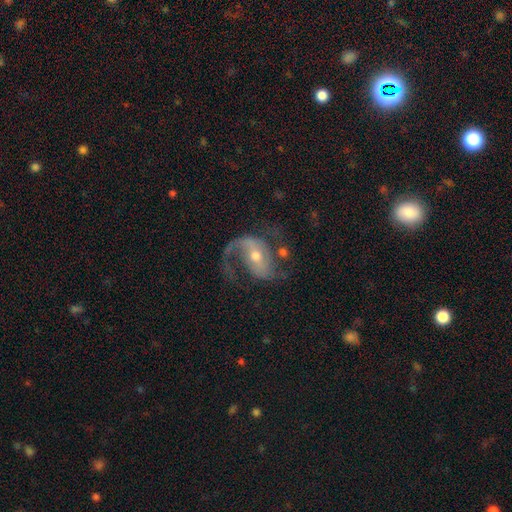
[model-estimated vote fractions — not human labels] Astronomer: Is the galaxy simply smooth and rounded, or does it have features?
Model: featured or disk — 86%.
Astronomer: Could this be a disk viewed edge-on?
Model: no — 97%.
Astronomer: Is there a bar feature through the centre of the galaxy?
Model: weak — 40% (runner-up: no, 34%).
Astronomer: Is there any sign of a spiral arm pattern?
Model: yes — 95%.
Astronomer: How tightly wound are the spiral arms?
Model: loose — 46% (runner-up: medium, 44%).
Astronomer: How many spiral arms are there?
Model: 2 — 69%.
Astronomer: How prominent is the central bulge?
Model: moderate — 54% (runner-up: small, 40%).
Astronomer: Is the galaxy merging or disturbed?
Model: none — 54%.